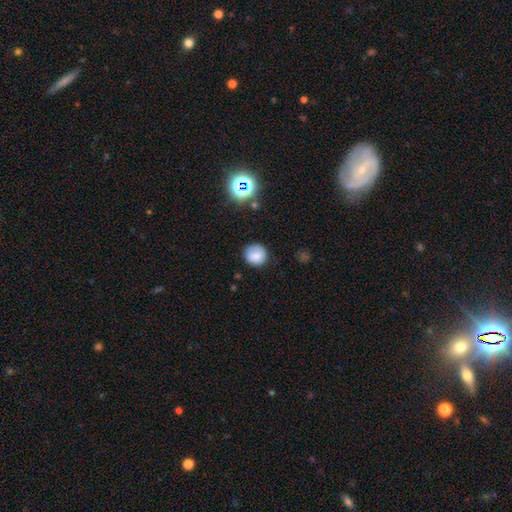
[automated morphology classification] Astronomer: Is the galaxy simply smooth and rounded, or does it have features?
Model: smooth — 78%.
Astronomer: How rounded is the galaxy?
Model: round — 90%.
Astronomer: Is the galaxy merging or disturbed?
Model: none — 80%.